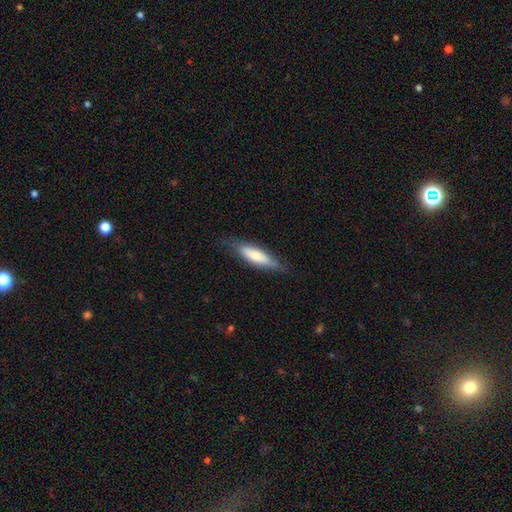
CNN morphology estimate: This appears to be a smooth galaxy with no disk features (66%) that is cigar-shaped (60%). Merging: none (75%).